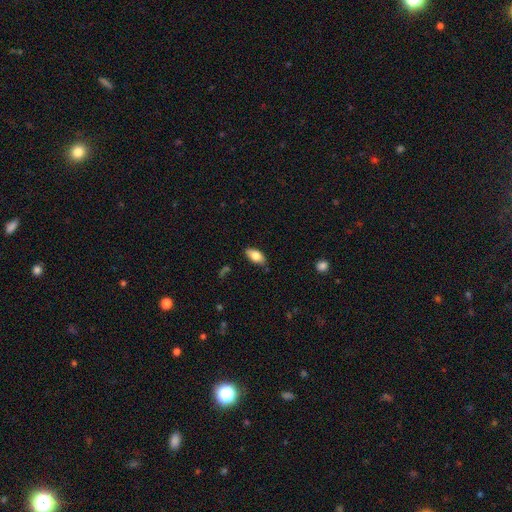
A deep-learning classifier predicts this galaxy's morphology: A smooth galaxy with no disk features (77%) that is in between round and cigar-shaped (89%). Merging: none (81%).